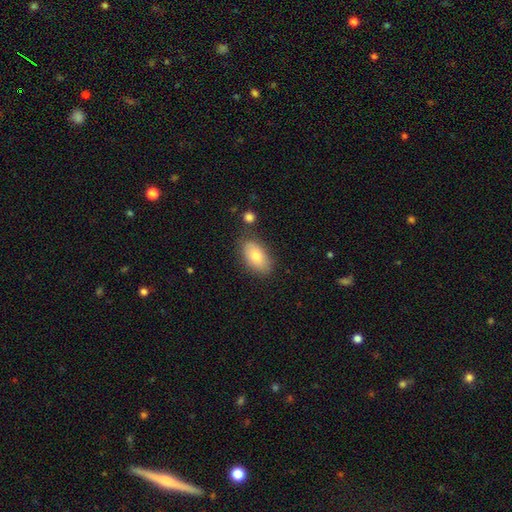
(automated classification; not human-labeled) Q: Smooth or featured?
A: smooth (76%); runner-up: featured or disk (17%)
Q: How rounded?
A: in between (93%); runner-up: round (5%)
Q: Merging?
A: none (79%); runner-up: minor disturbance (14%)